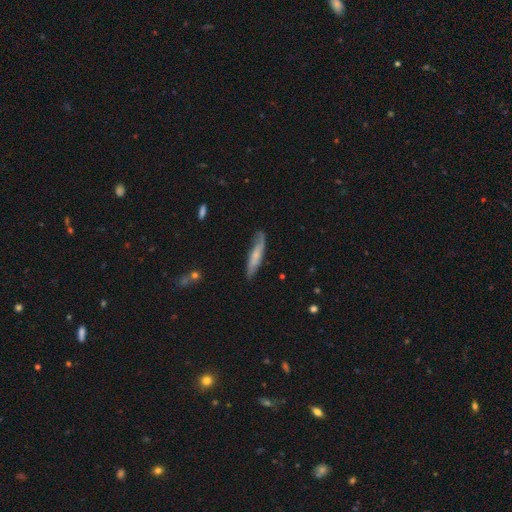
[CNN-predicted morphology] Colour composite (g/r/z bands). It shows a featured or disk galaxy (48%). Merging: none (72%).